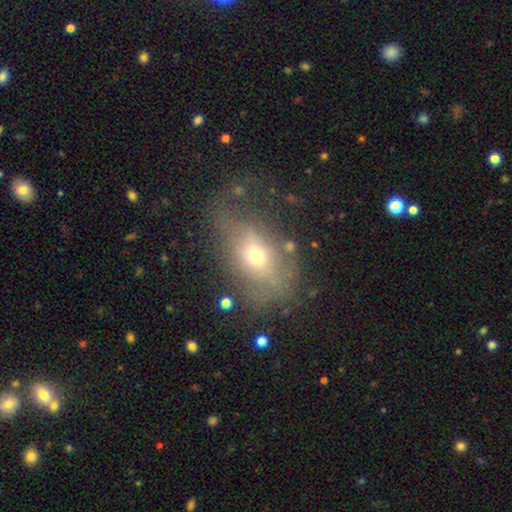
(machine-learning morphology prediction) smooth 50%, featured or disk 37%, star or artifact 13%. Down the decision tree: how rounded — in between (76%); merging — none (38%).